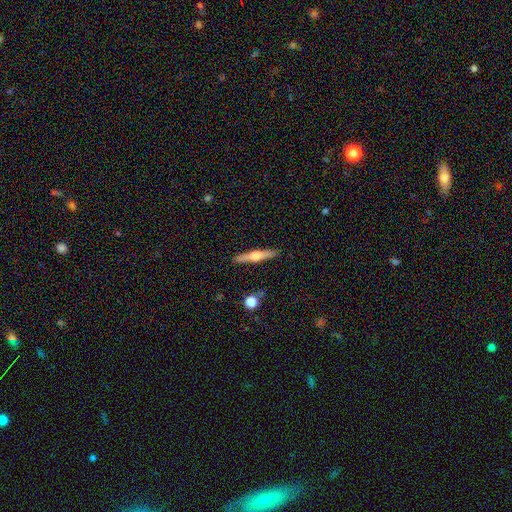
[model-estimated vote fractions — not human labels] Overall: featured or disk (61%; smooth 33%). Edge-on disk: yes (97%). Edge-on bulge: rounded (90%). Merging: none (89%).